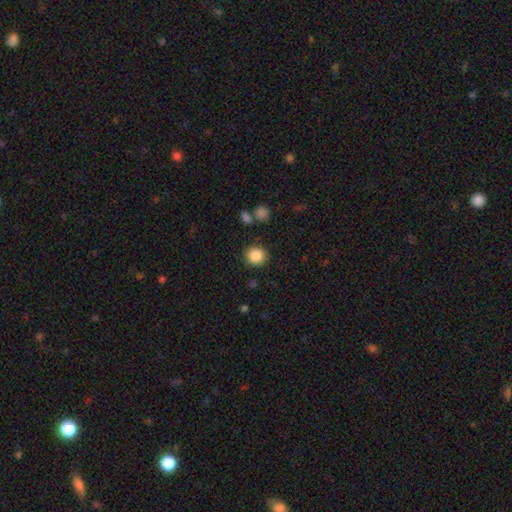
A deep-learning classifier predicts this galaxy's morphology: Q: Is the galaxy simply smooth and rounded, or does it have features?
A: smooth — 87%.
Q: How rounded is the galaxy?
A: round — 90%.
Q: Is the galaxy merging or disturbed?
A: none — 88%.